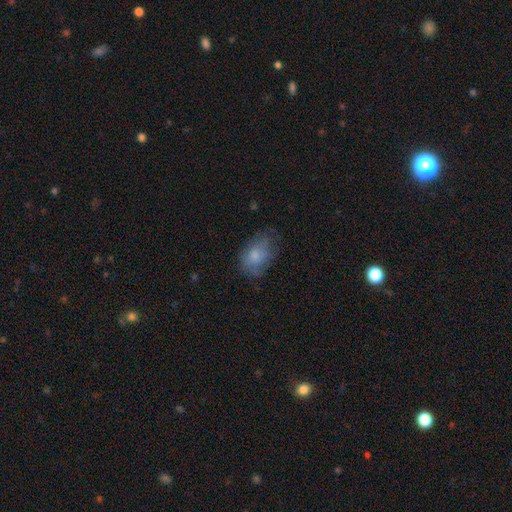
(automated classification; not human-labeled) The model was most divided on "merging": none: 54%, minor disturbance: 29%, major disturbance: 15%, merger: 2%. More confident: how rounded — in between (82%); smooth or featured — smooth (70%).